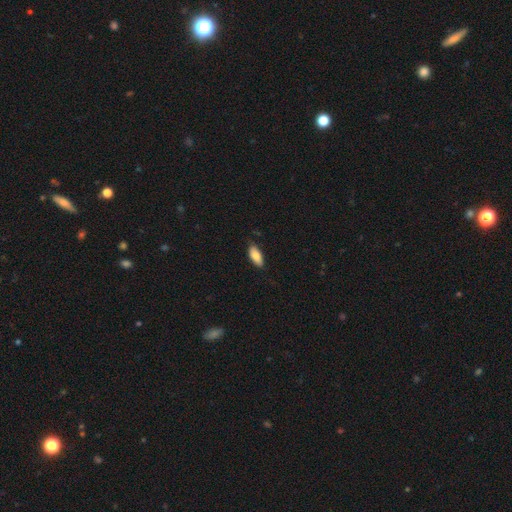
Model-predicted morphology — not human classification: The model was most divided on "merging": none: 79%, minor disturbance: 17%, major disturbance: 2%, merger: 1%. More confident: how rounded — in between (85%); smooth or featured — smooth (82%).